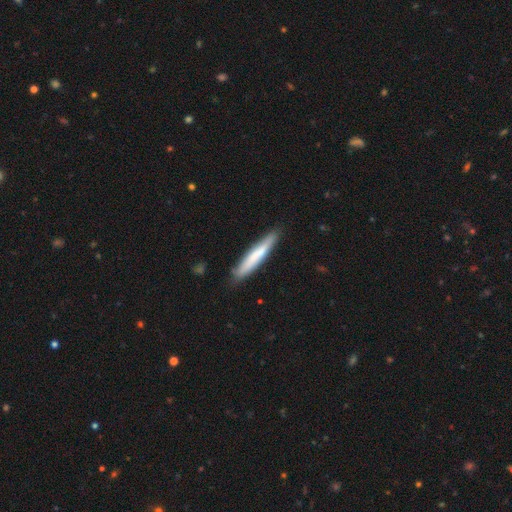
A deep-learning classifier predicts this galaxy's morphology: Smooth or featured? Predicted: smooth (p=0.68). How rounded? Predicted: cigar-shaped (p=0.93). Merging? Predicted: none (p=0.85).